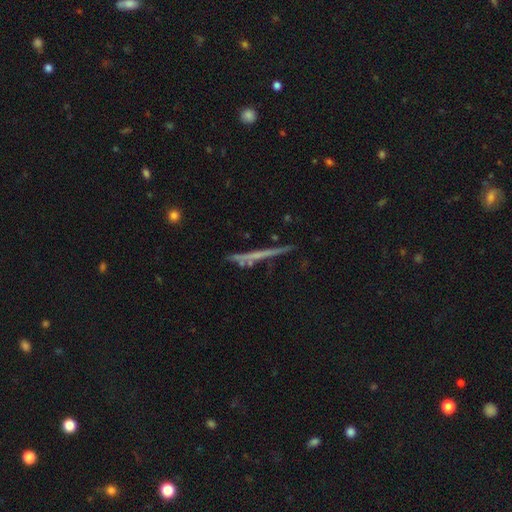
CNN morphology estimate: A featured or disk galaxy (57%) viewed edge-on (95%) with no central bulge (86%). Merging: none (79%).